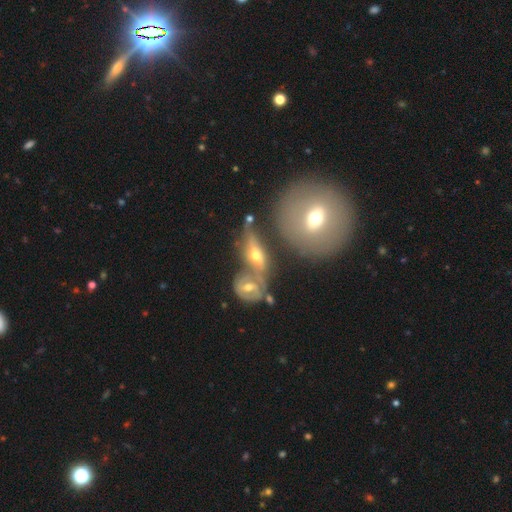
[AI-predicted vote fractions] Morphology: type=featured or disk (60%); edge-on=no (57%); merging=none (42%).